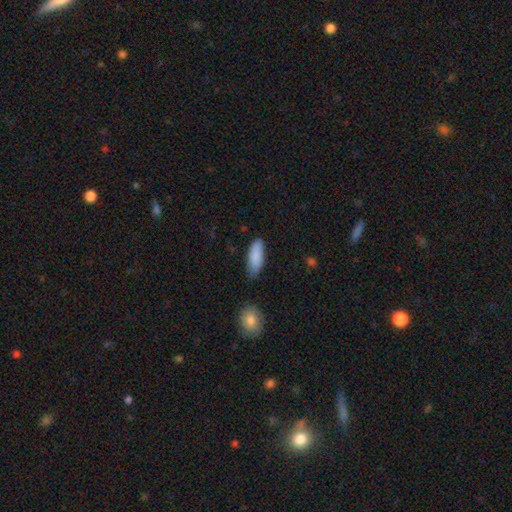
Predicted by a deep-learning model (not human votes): A smooth galaxy with no disk features (88%) that is in between round and cigar-shaped (71%).

Vote fractions:
- Smooth or featured? smooth: 88% / featured or disk: 6% / star or artifact: 6%
- How rounded? in between: 71% / cigar-shaped: 27% / round: 2%
- Merging? none: 73% / minor disturbance: 20% / major disturbance: 4% / merger: 3%